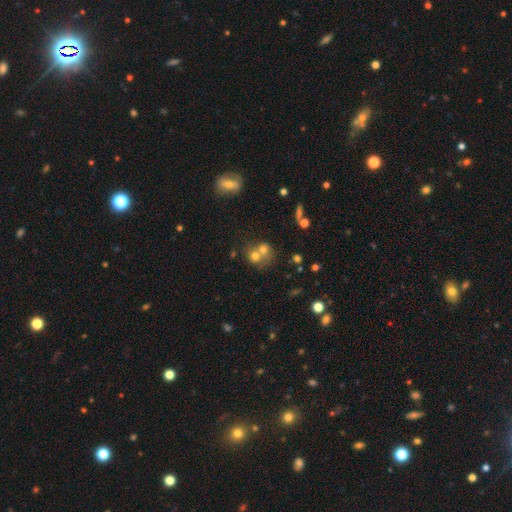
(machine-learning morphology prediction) Smooth or featured?
  - smooth: 66% *
  - featured or disk: 19%
  - star or artifact: 15%
How rounded?
  - round: 75% *
  - in between: 24%
  - cigar-shaped: 1%
Merging?
  - merger: 61% *
  - none: 29%
  - minor disturbance: 6%
  - major disturbance: 4%